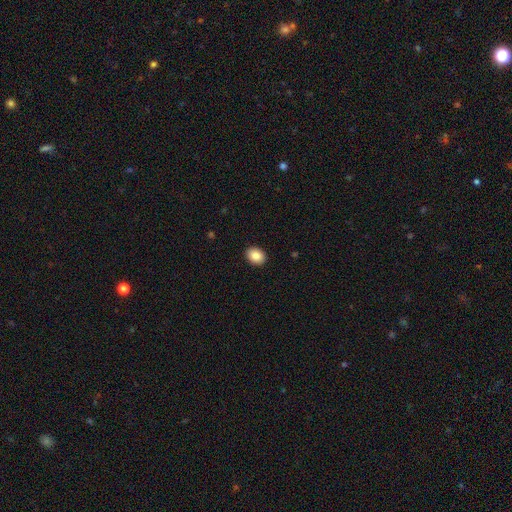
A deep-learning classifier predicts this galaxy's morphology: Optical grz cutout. It shows a smooth galaxy with no disk features (86%) that is in between round and cigar-shaped (61%). Merging: none (92%).